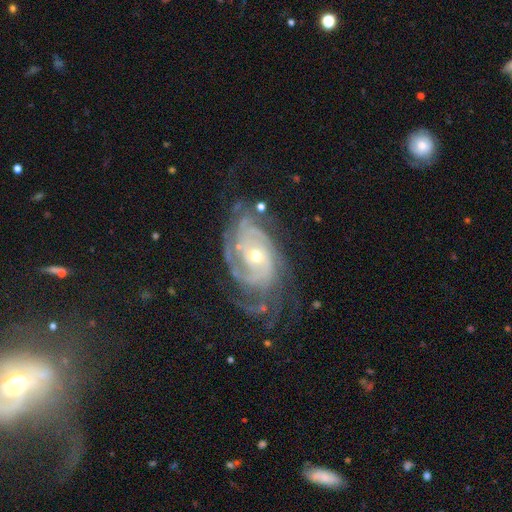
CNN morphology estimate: Q: Smooth or featured?
A: featured or disk (89%); runner-up: star or artifact (6%)
Q: Edge-on disk?
A: no (96%); runner-up: yes (4%)
Q: Bar?
A: no (71%); runner-up: weak (22%)
Q: Spiral arms?
A: yes (97%); runner-up: no (3%)
Q: Spiral winding?
A: tight (70%); runner-up: medium (24%)
Q: Spiral arm count?
A: can't tell (28%); runner-up: 3 (21%)
Q: Bulge size?
A: small (53%); runner-up: moderate (43%)
Q: Merging?
A: none (63%); runner-up: minor disturbance (22%)